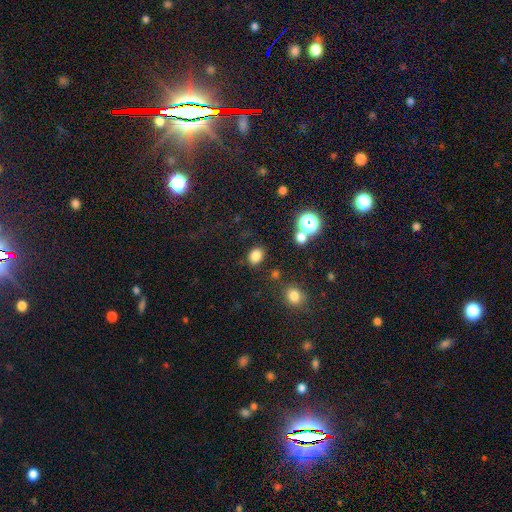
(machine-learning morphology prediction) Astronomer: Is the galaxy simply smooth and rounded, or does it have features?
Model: smooth — 81%.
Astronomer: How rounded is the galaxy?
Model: in between — 57% (runner-up: round, 42%).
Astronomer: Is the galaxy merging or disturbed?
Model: none — 82%.